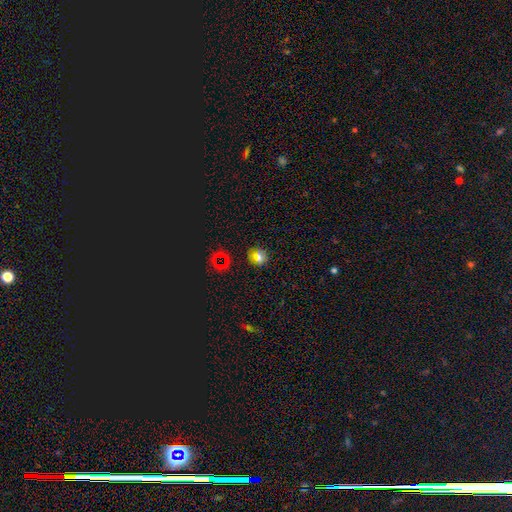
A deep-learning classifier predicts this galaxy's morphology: Smooth or featured? smooth (63%)
How rounded? round (77%)
Merging? none (86%)